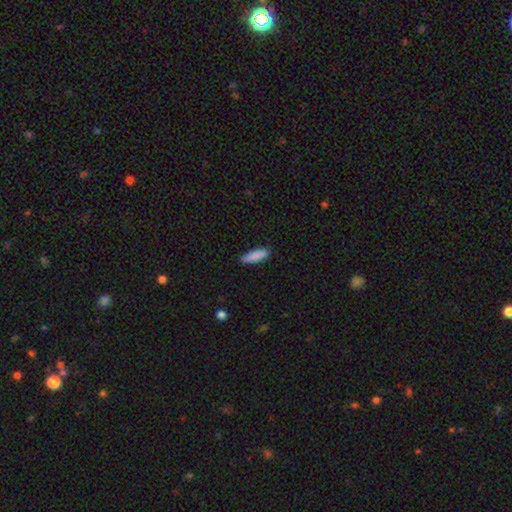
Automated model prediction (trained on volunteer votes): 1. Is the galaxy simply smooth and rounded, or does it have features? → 88% smooth, 6% featured or disk, 6% star or artifact.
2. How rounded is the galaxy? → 52% cigar-shaped, 46% in between, 2% round.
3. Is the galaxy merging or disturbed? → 85% none, 12% minor disturbance, 2% major disturbance, 1% merger.